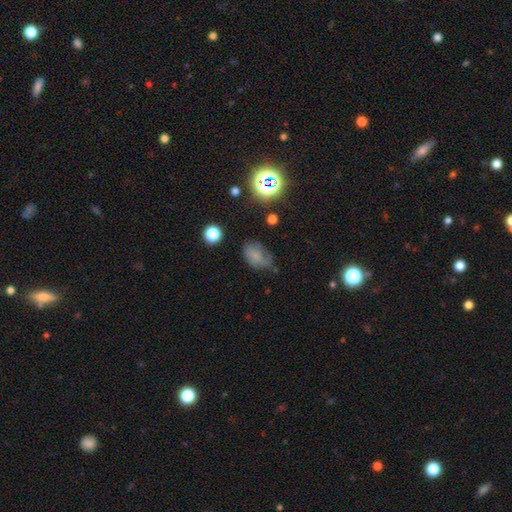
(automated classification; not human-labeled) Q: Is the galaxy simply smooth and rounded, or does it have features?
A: smooth — 62%.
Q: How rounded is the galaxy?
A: in between — 80%.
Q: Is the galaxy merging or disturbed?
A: none — 50%.